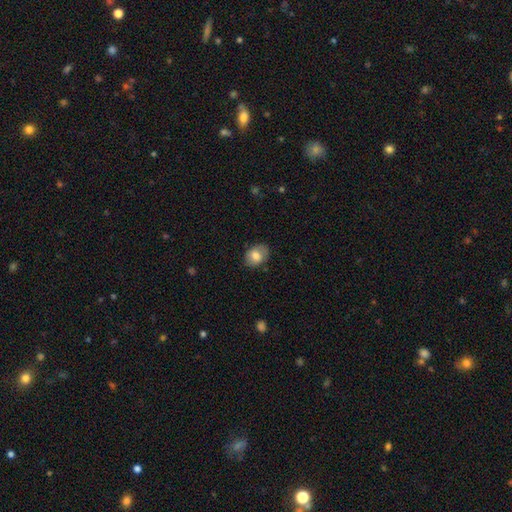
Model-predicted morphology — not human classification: The model was most divided on "how rounded": in between: 67%, round: 32%, cigar-shaped: 1%. More confident: merging — none (78%); smooth or featured — smooth (75%).